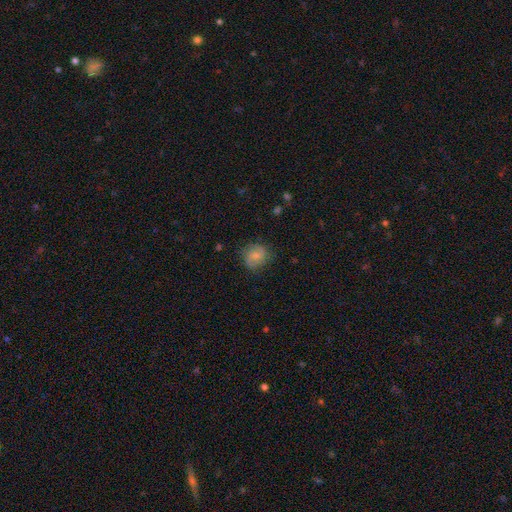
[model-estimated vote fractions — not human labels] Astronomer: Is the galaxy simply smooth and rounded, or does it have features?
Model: smooth — 67%.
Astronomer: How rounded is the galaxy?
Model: round — 75%.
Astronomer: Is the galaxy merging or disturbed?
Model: none — 76%.